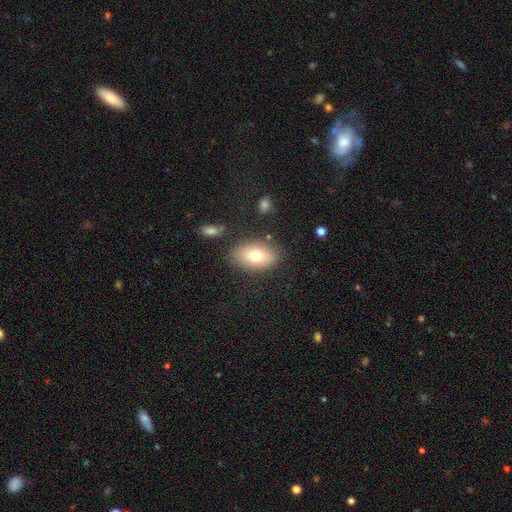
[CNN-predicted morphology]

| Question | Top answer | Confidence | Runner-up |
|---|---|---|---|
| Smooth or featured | smooth | 74% | featured or disk (18%) |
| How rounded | in between | 89% | round (10%) |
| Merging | none | 81% | minor disturbance (12%) |